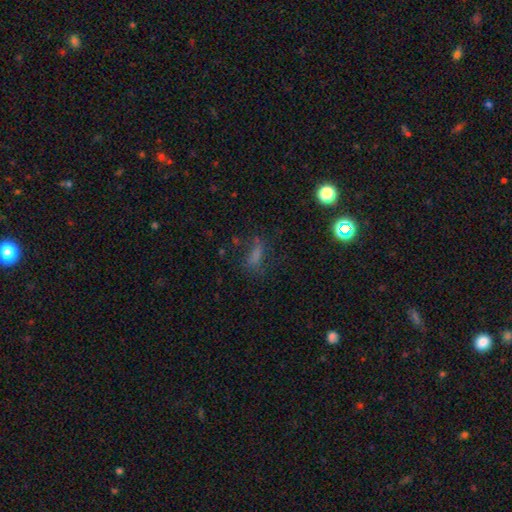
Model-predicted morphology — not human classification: Smooth or featured? smooth (51%)
How rounded? in between (51%)
Merging? none (58%)